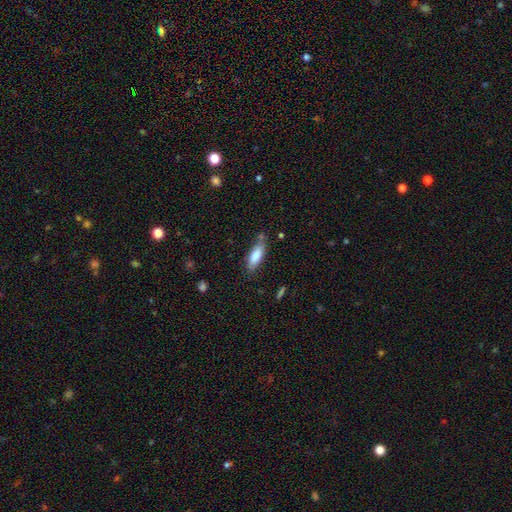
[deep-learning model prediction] A smooth galaxy with no disk features (82%) that is in between round and cigar-shaped (60%).

Vote fractions:
- Smooth or featured? smooth: 82% / featured or disk: 12% / star or artifact: 6%
- How rounded? in between: 60% / cigar-shaped: 38% / round: 2%
- Merging? none: 74% / minor disturbance: 17% / merger: 5% / major disturbance: 4%